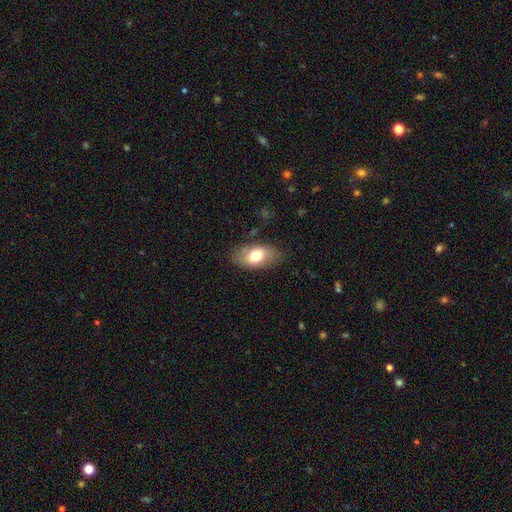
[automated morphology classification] The model was most divided on "smooth or featured": smooth: 72%, featured or disk: 21%, star or artifact: 7%. More confident: how rounded — in between (92%); merging — none (80%).